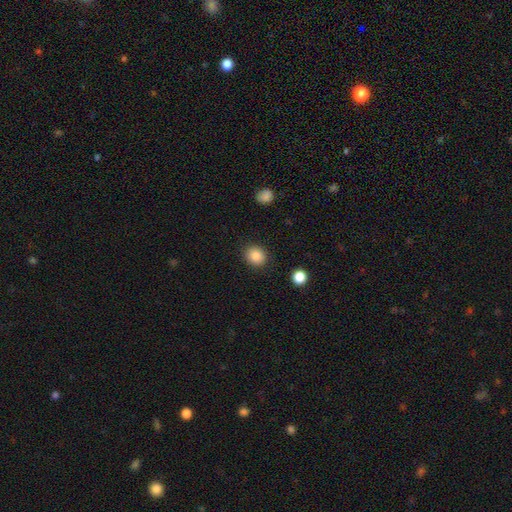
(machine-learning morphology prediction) Smooth or featured: smooth — 87% (star or artifact — 9%)
How rounded: round — 70% (in between — 29%)
Merging: none — 88% (minor disturbance — 8%)